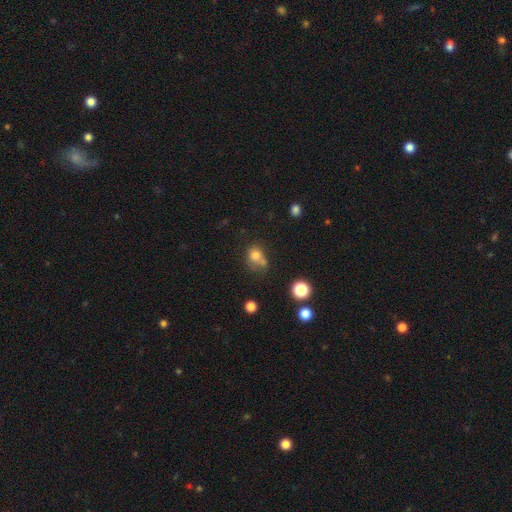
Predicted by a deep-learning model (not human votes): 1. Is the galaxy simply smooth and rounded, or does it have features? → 75% smooth, 14% star or artifact, 10% featured or disk.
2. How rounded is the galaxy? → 66% round, 33% in between, 1% cigar-shaped.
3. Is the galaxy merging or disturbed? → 43% none, 31% merger, 17% minor disturbance, 9% major disturbance.